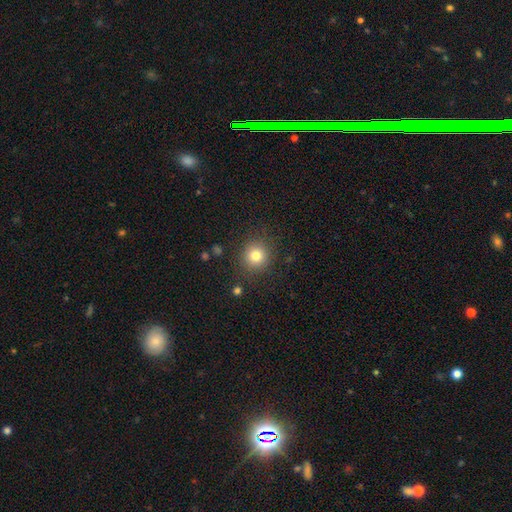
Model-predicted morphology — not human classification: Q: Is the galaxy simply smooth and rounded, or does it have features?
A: smooth — 80%.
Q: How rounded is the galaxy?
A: round — 90%.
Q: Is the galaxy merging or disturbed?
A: none — 87%.